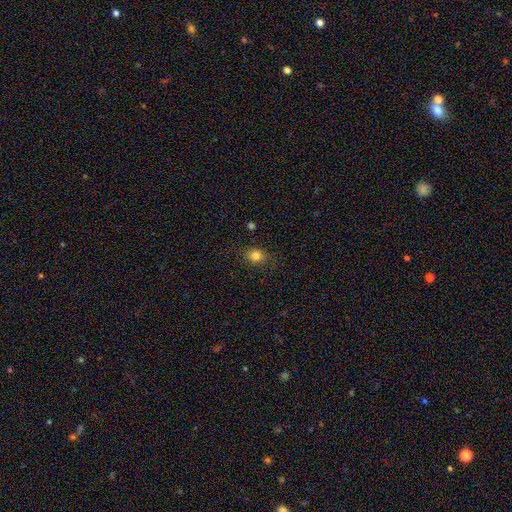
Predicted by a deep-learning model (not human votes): Smooth or featured?
  - smooth: 81% *
  - star or artifact: 13%
  - featured or disk: 7%
How rounded?
  - round: 59% *
  - in between: 40%
  - cigar-shaped: 1%
Merging?
  - none: 84% *
  - minor disturbance: 11%
  - major disturbance: 3%
  - merger: 1%